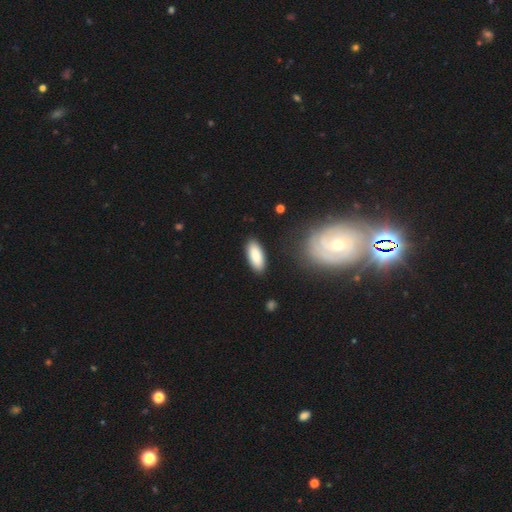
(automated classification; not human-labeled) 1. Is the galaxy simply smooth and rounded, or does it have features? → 88% smooth, 6% featured or disk, 6% star or artifact.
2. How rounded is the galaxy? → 81% in between, 18% cigar-shaped, 2% round.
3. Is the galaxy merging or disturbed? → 87% none, 9% minor disturbance, 2% major disturbance, 2% merger.